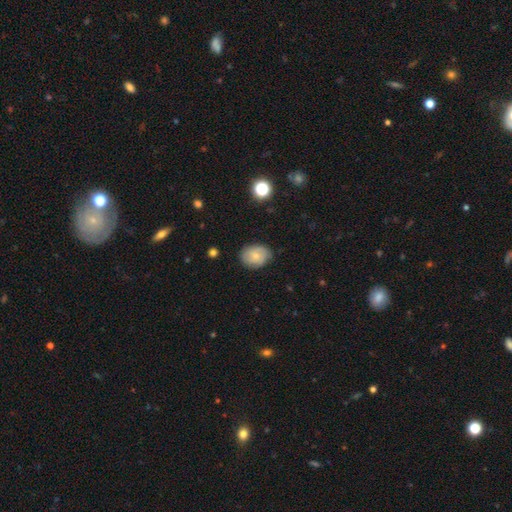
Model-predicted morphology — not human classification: Smooth or featured? Predicted: smooth (p=0.59). How rounded? Predicted: in between (p=0.63). Merging? Predicted: none (p=0.77).